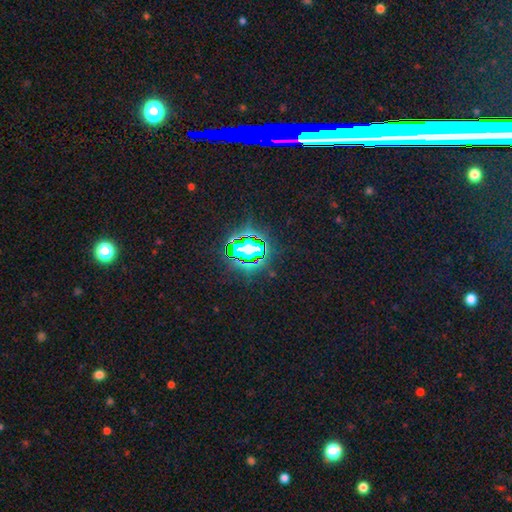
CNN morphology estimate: Smooth or featured?
  - star or artifact: 81% *
  - smooth: 11%
  - featured or disk: 8%